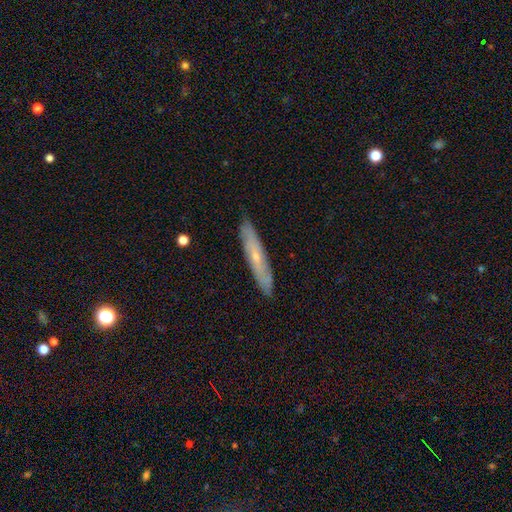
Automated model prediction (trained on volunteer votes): Smooth or featured: featured or disk — 58% (smooth — 35%)
Edge-on disk: yes — 66% (no — 34%)
Merging: none — 88% (minor disturbance — 10%)